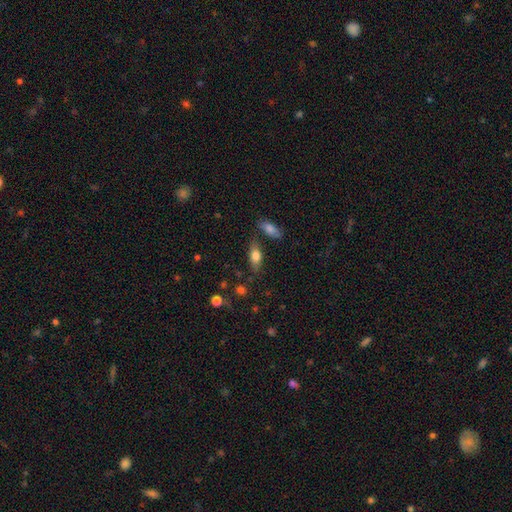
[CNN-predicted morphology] A smooth galaxy with no disk features (75%) that is in between round and cigar-shaped (81%).

Vote fractions:
- Smooth or featured? smooth: 75% / featured or disk: 17% / star or artifact: 8%
- How rounded? in between: 81% / cigar-shaped: 15% / round: 4%
- Merging? none: 71% / minor disturbance: 16% / merger: 9% / major disturbance: 4%